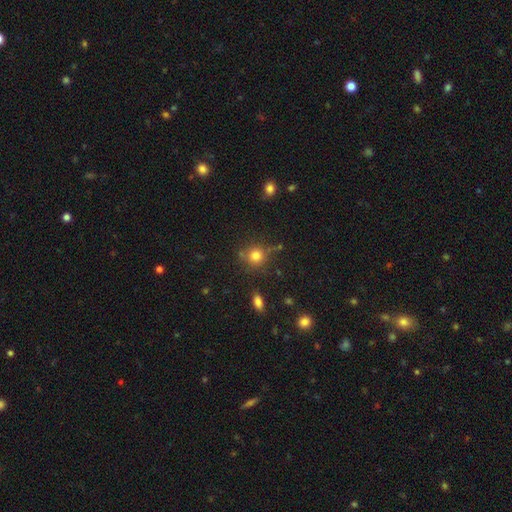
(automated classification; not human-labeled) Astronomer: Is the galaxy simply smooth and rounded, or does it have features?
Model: smooth — 79%.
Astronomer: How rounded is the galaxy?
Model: round — 90%.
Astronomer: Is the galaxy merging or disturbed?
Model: none — 76%.